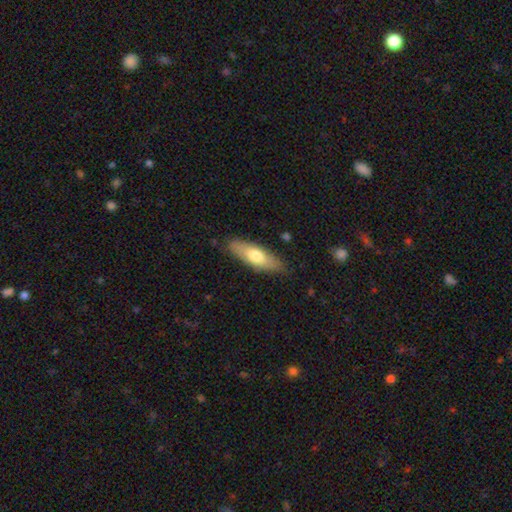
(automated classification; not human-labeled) This is likely a smooth galaxy (65%). How rounded: possibly in between (51%). Merging: clearly none (83%).